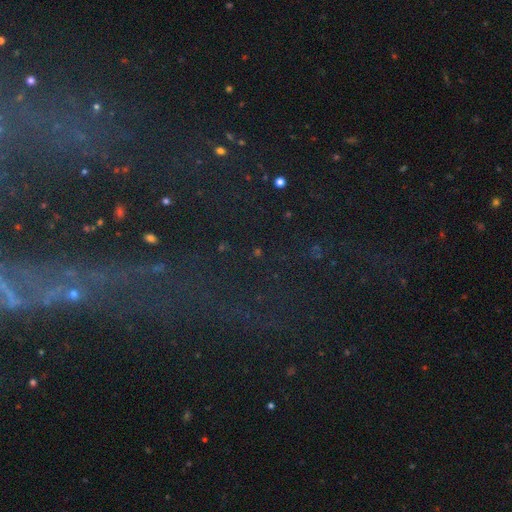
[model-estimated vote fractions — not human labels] Q: Smooth or featured?
A: star or artifact (64%); runner-up: featured or disk (23%)